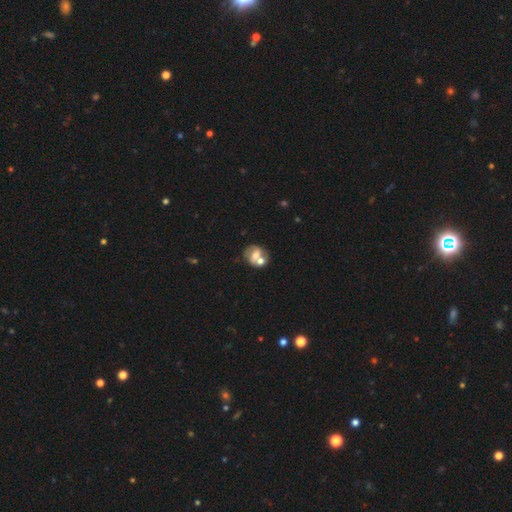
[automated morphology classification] This appears to be a featured or disk galaxy (46%, tied with smooth). Merging: merger (46%).